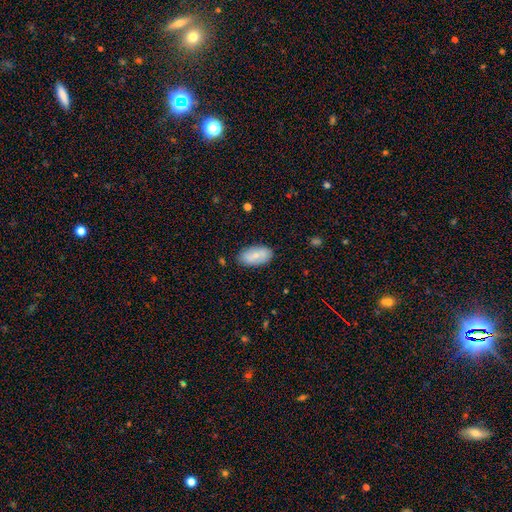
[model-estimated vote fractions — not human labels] The model was most divided on "smooth or featured": smooth: 68%, featured or disk: 25%, star or artifact: 7%. More confident: how rounded — in between (94%); merging — none (82%).